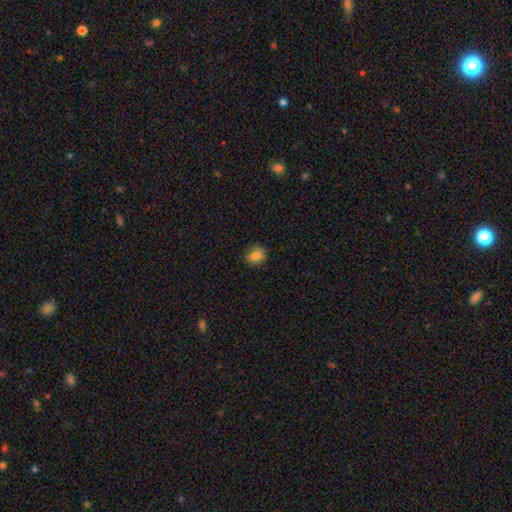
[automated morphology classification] smooth_or_featured: smooth (p=0.82) [alt: star or artifact p=0.11]
how_rounded: round (p=0.59) [alt: in between p=0.40]
merging: none (p=0.84) [alt: minor disturbance p=0.13]